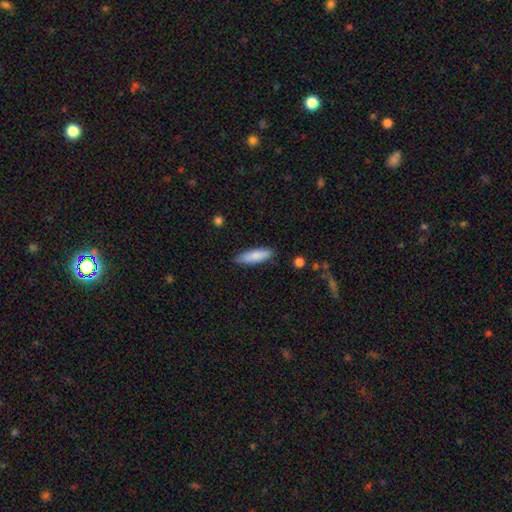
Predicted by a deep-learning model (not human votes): Q: Smooth or featured?
A: smooth (83%); runner-up: featured or disk (11%)
Q: How rounded?
A: cigar-shaped (56%); runner-up: in between (42%)
Q: Merging?
A: none (82%); runner-up: minor disturbance (14%)